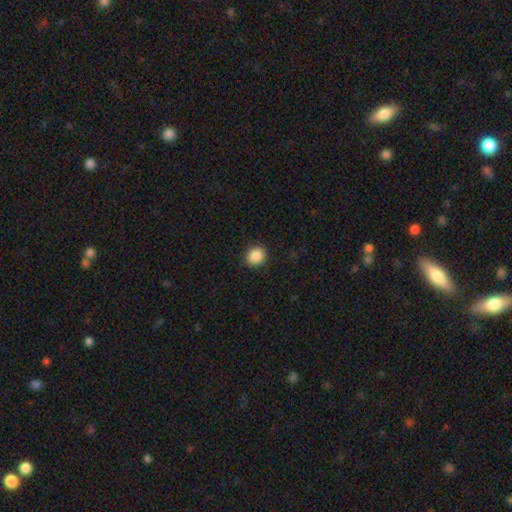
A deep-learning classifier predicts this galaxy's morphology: type=smooth (88%); roundness=round (83%); merging=none (90%).